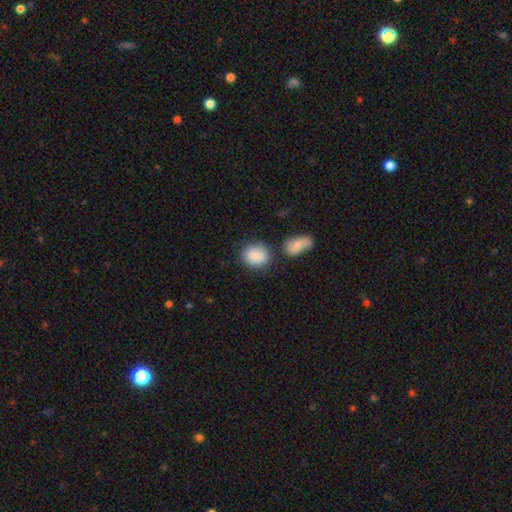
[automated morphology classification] A smooth galaxy with no disk features (88%) that is round (53%).

Vote fractions:
- Smooth or featured? smooth: 88% / star or artifact: 7% / featured or disk: 5%
- How rounded? round: 53% / in between: 45% / cigar-shaped: 1%
- Merging? none: 68% / minor disturbance: 14% / merger: 13% / major disturbance: 5%